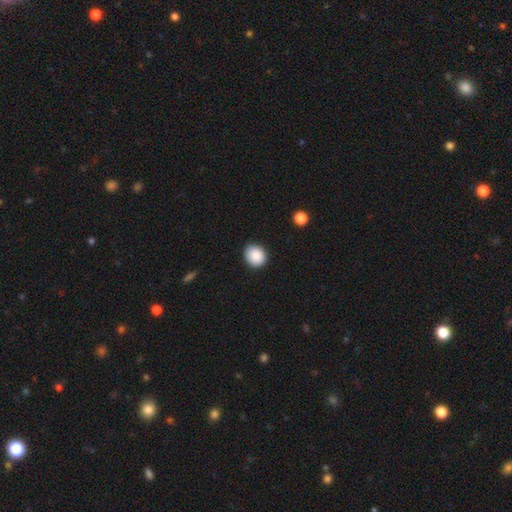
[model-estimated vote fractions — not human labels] Morphology: type=smooth (88%); roundness=round (71%); merging=none (89%).